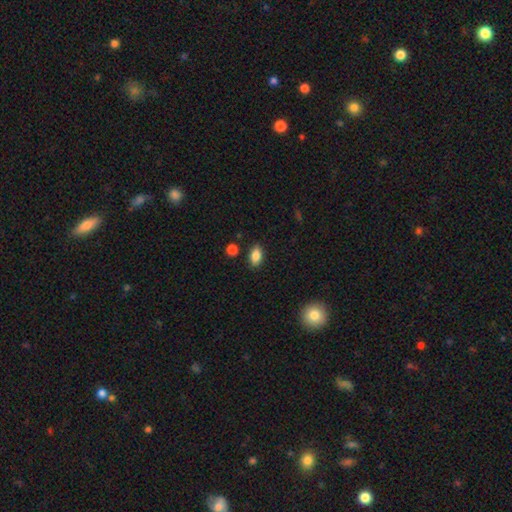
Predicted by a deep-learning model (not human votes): Q: Smooth or featured?
A: smooth (86%); runner-up: star or artifact (9%)
Q: How rounded?
A: in between (89%); runner-up: round (8%)
Q: Merging?
A: none (85%); runner-up: minor disturbance (10%)